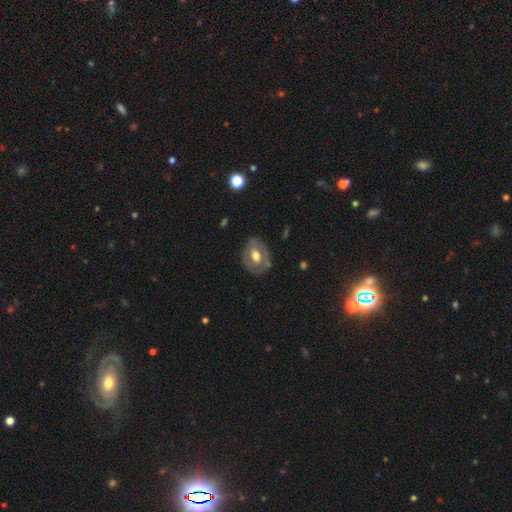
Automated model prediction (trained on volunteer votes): This is possibly a featured or disk galaxy (49%). Merging: likely none (74%).